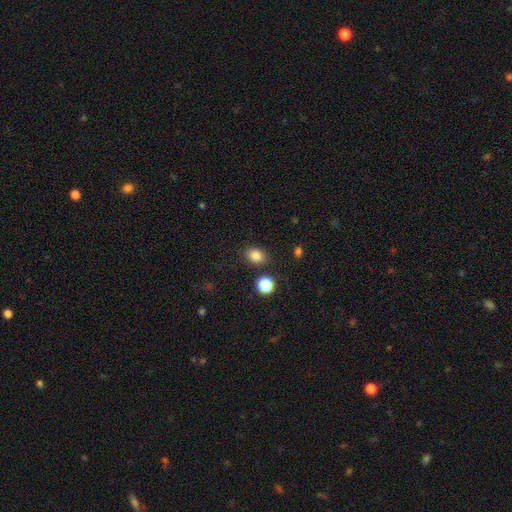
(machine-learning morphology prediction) A smooth galaxy with no disk features (83%) that is in between round and cigar-shaped (57%). Merging: none (85%).